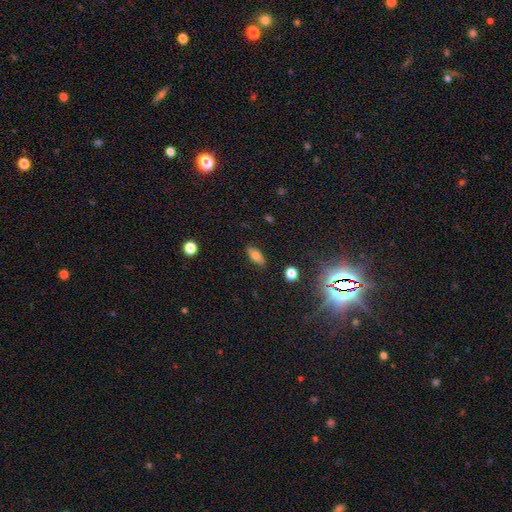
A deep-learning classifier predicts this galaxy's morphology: smooth_or_featured: smooth (p=0.68) [alt: featured or disk p=0.22]
how_rounded: in between (p=0.80) [alt: cigar-shaped p=0.15]
merging: none (p=0.84) [alt: minor disturbance p=0.12]